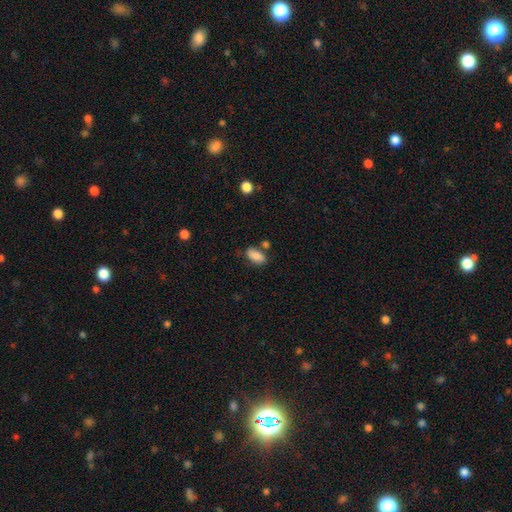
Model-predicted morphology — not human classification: smooth 85%, star or artifact 8%, featured or disk 7%. Down the decision tree: how rounded — in between (91%); merging — none (68%).